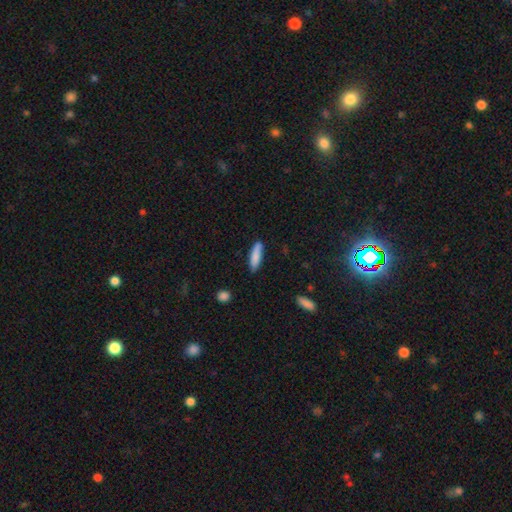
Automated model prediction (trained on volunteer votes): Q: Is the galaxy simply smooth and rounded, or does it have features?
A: smooth — 84%.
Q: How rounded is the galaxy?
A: cigar-shaped — 69%.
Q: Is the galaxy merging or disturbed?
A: none — 82%.